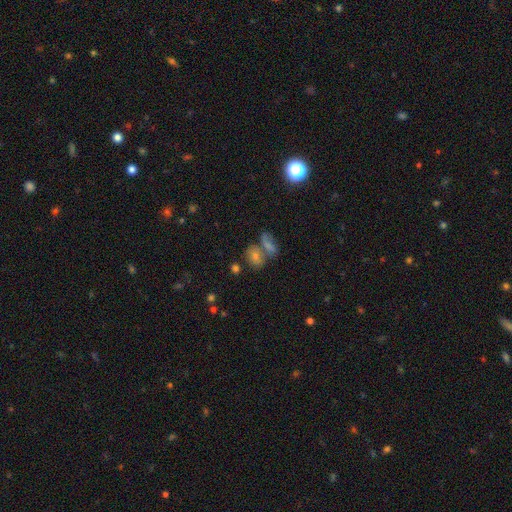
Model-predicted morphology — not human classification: Smooth or featured? smooth (56%)
How rounded? in between (51%)
Merging? none (47%)